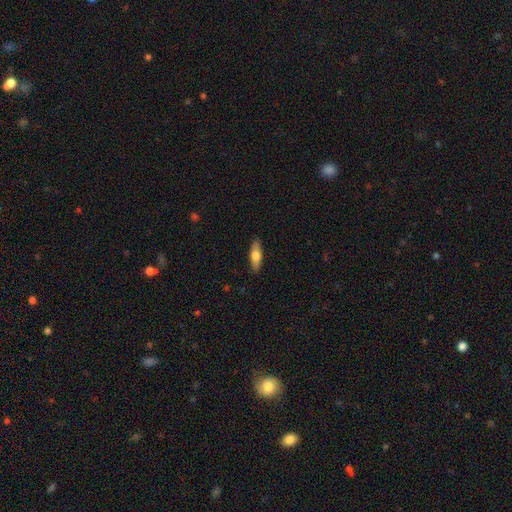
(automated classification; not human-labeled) Smooth or featured? Predicted: smooth (p=0.61). How rounded? Predicted: in between (p=0.50). Merging? Predicted: none (p=0.88).